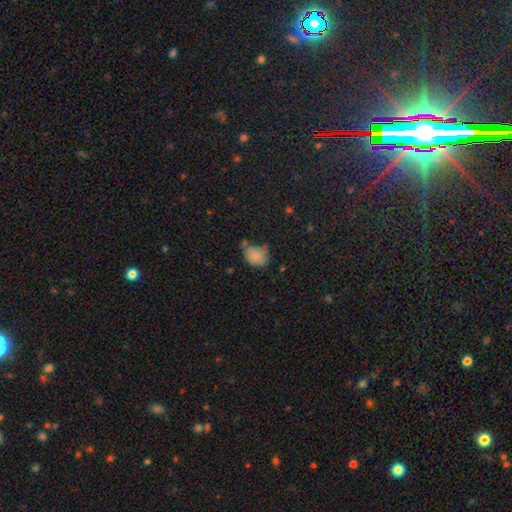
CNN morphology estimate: Smooth or featured? smooth (81%)
How rounded? in between (66%)
Merging? none (51%)